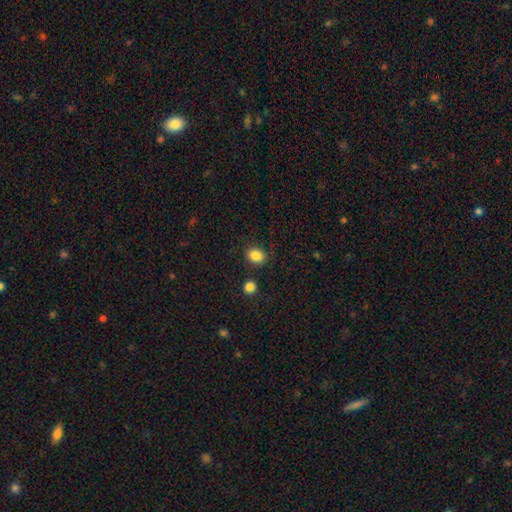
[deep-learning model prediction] A smooth galaxy with no disk features (86%) that is in between round and cigar-shaped (50%). Merging: none (84%).